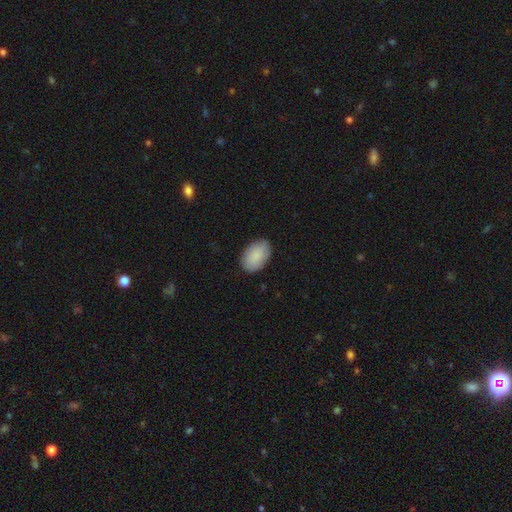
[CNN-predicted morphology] smooth_or_featured: smooth (p=0.89) [alt: star or artifact p=0.06]
how_rounded: in between (p=0.92) [alt: round p=0.07]
merging: none (p=0.86) [alt: minor disturbance p=0.11]